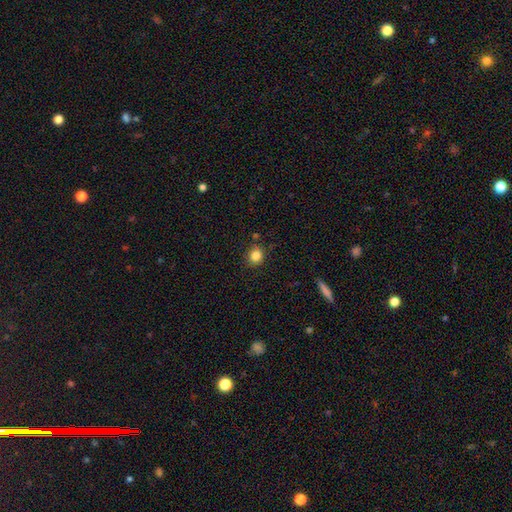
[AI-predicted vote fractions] A smooth galaxy with no disk features (84%) that is round (82%).

Vote fractions:
- Smooth or featured? smooth: 84% / star or artifact: 11% / featured or disk: 5%
- How rounded? round: 82% / in between: 18% / cigar-shaped: 1%
- Merging? none: 84% / minor disturbance: 10% / merger: 3% / major disturbance: 3%